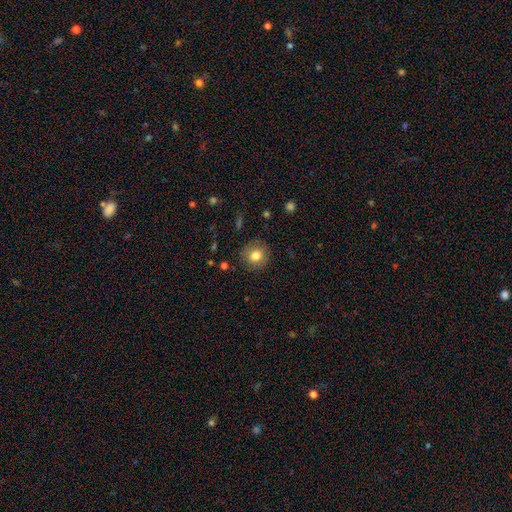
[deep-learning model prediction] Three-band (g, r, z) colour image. It shows a smooth galaxy with no disk features (79%) that is round (86%). Merging: none (86%).